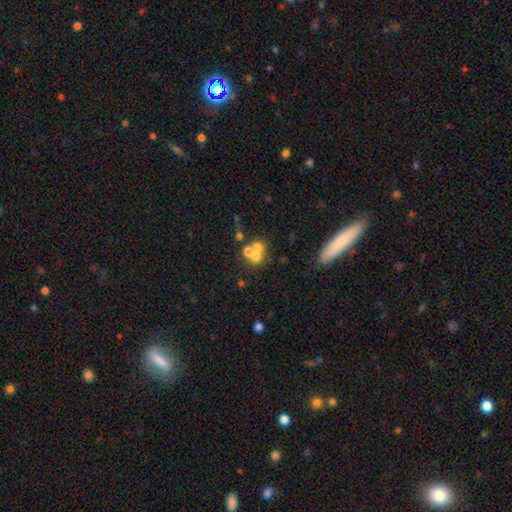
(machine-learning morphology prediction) Overall: smooth (55%; featured or disk 30%). How rounded: round (75%). Merging: merger (56%; none 32%).